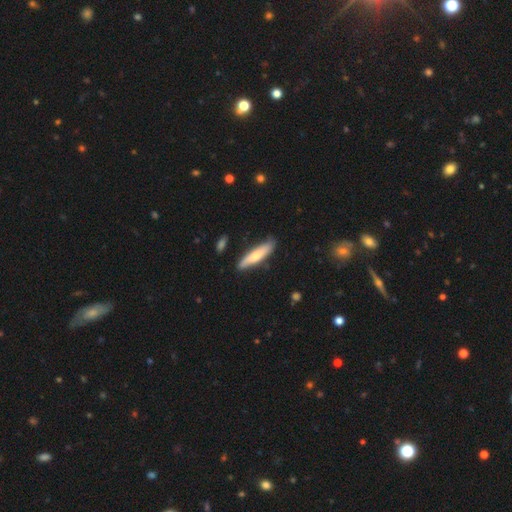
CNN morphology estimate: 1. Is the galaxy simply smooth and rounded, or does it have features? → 65% smooth, 30% featured or disk, 5% star or artifact.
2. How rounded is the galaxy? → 80% cigar-shaped, 19% in between, 1% round.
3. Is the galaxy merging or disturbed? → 79% none, 16% minor disturbance, 3% major disturbance, 2% merger.